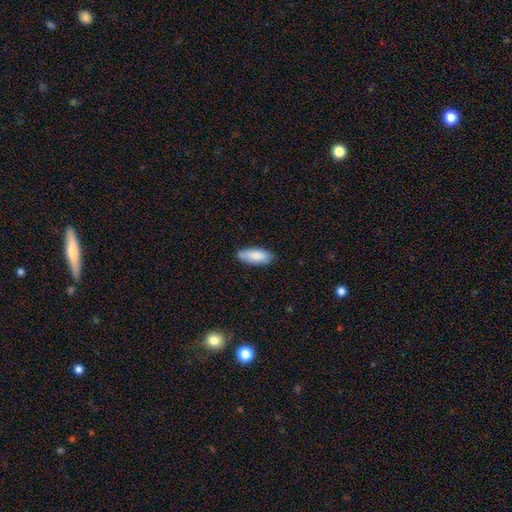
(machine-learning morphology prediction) type=smooth (87%); roundness=in between (77%); merging=none (80%).